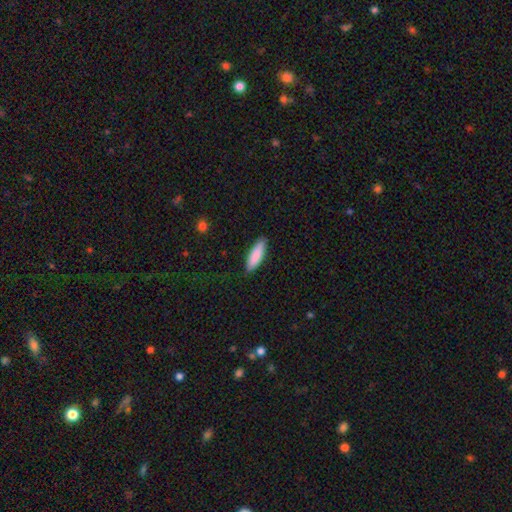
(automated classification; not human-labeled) Morphology: type=smooth (86%); roundness=cigar-shaped (53%); merging=none (86%).